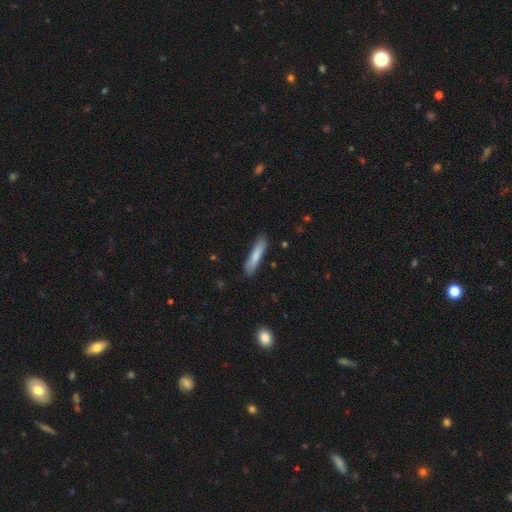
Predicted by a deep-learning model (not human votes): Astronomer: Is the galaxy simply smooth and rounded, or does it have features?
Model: smooth — 79%.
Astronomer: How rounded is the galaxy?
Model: cigar-shaped — 86%.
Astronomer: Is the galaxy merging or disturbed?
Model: none — 82%.